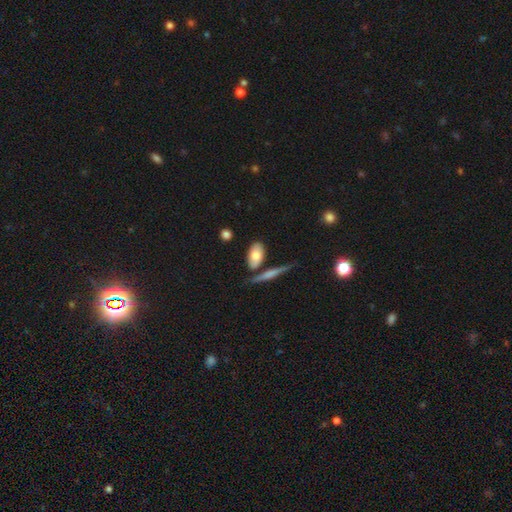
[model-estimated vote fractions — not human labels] Smooth or featured? Predicted: smooth (p=0.74). How rounded? Predicted: in between (p=0.87). Merging? Predicted: none (p=0.62).